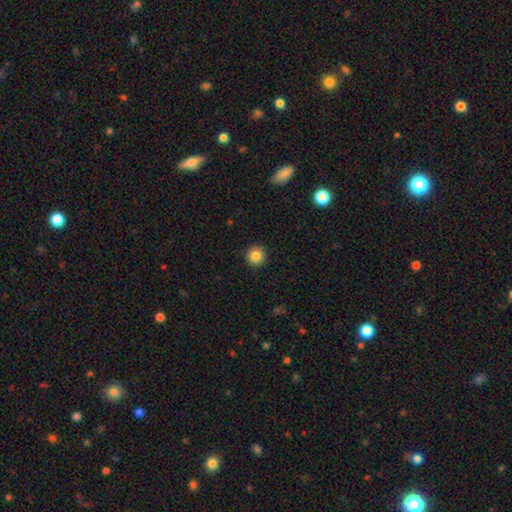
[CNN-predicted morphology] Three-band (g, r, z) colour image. It shows a smooth galaxy with no disk features (85%) that is round (95%). Merging: none (93%).